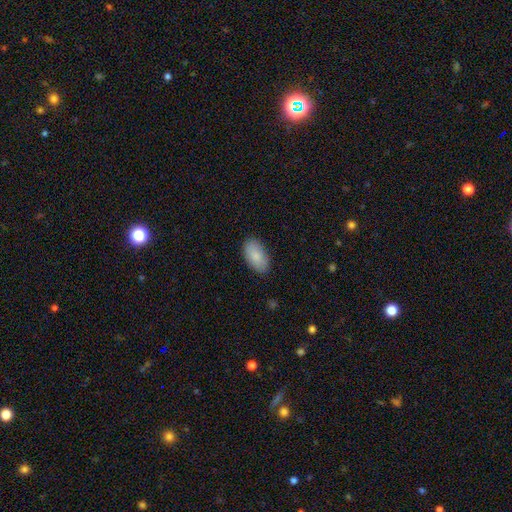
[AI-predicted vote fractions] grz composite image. It shows a smooth galaxy with no disk features (86%) that is in between round and cigar-shaped (95%). Merging: none (86%).